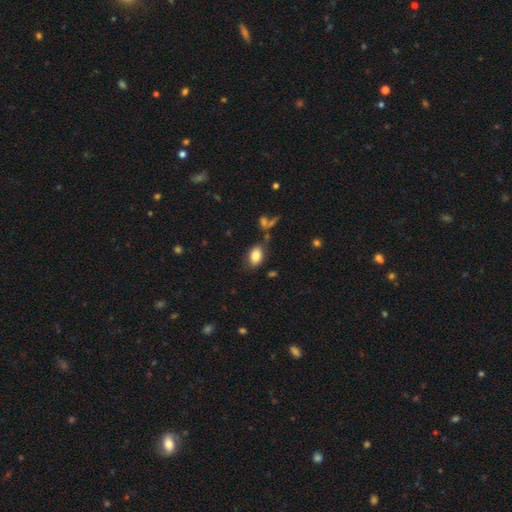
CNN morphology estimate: The model was most divided on "merging": none: 73%, minor disturbance: 15%, merger: 7%, major disturbance: 5%. More confident: how rounded — in between (89%); smooth or featured — smooth (83%).